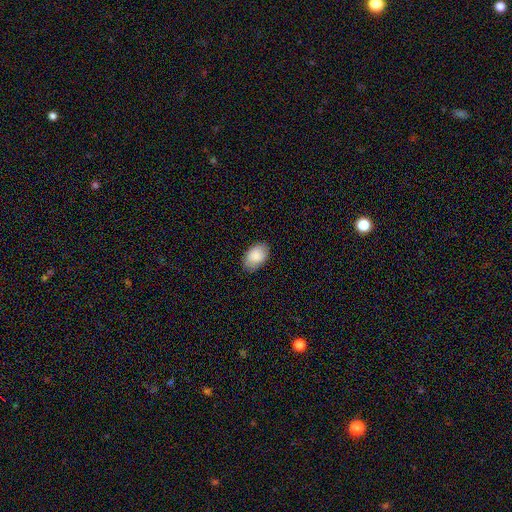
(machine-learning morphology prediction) smooth 88%, star or artifact 6%, featured or disk 6%. Down the decision tree: how rounded — in between (91%); merging — none (83%).